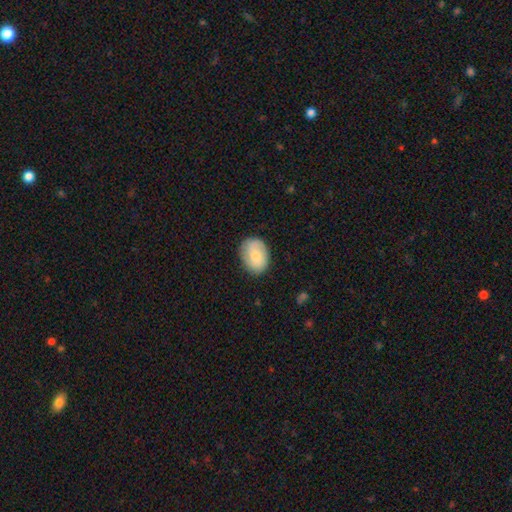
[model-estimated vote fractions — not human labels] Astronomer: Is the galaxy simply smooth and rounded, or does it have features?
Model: smooth — 73%.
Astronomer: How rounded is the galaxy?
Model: in between — 65%.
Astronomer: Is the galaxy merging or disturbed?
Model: none — 81%.